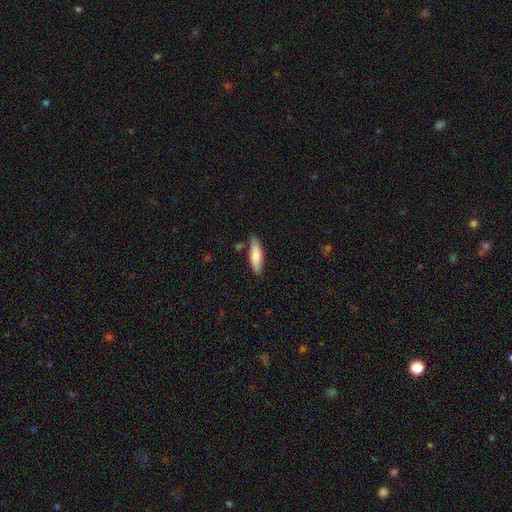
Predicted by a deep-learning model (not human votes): smooth-or-featured: smooth: 82% | featured or disk: 13% | star or artifact: 6%
  how-rounded: cigar-shaped: 56% | in between: 42% | round: 2%
  merging: none: 80% | minor disturbance: 13% | merger: 4% | major disturbance: 3%